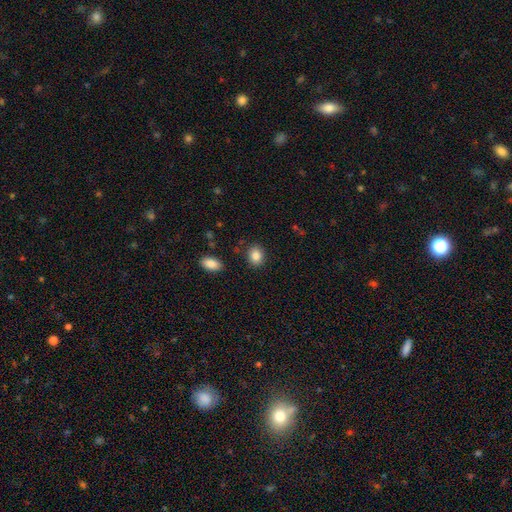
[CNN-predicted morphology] Smooth or featured? Predicted: smooth (p=0.86). How rounded? Predicted: round (p=0.52). Merging? Predicted: none (p=0.85).